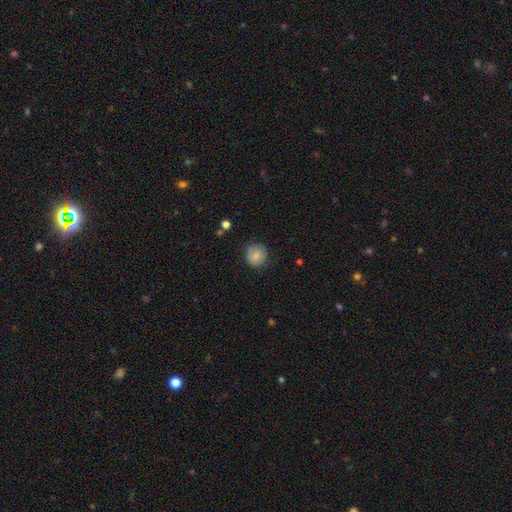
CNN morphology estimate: This appears to be a smooth galaxy with no disk features (79%) that is round (90%). Merging: none (80%).